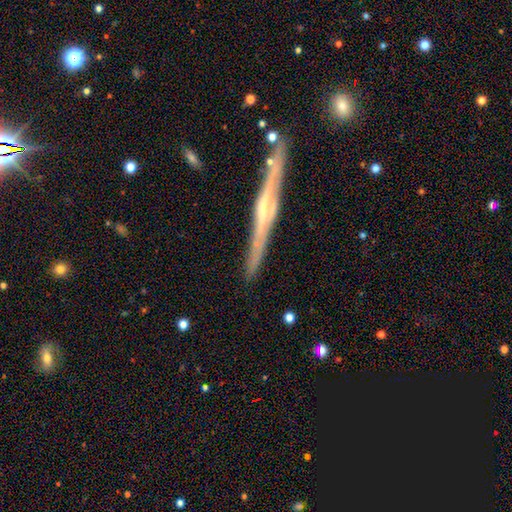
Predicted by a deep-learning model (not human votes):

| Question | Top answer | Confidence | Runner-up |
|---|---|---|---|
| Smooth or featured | featured or disk | 78% | smooth (16%) |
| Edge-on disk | yes | 96% | no (4%) |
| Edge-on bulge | rounded | 48% | none (34%) |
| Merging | none | 86% | minor disturbance (10%) |